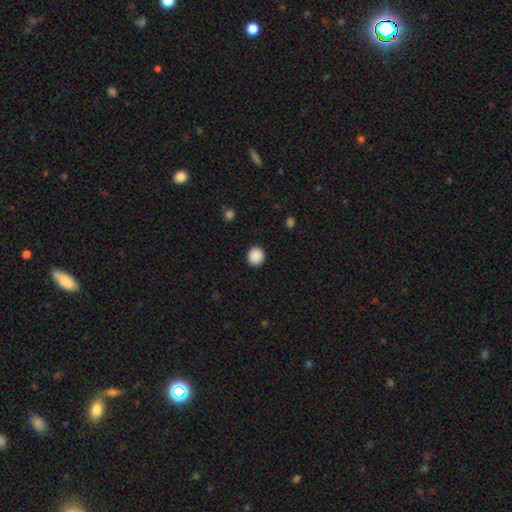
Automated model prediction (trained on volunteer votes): Morphology: type=smooth (89%); roundness=round (89%); merging=none (92%).